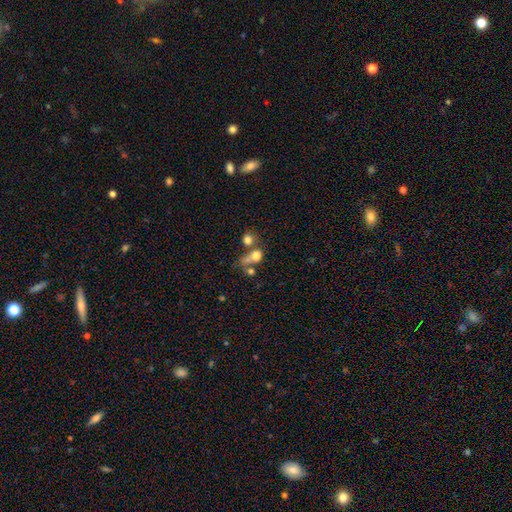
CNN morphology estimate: smooth_or_featured: smooth (p=0.70) [alt: featured or disk p=0.15]
how_rounded: round (p=0.62) [alt: in between p=0.35]
merging: merger (p=0.49) [alt: none p=0.29]